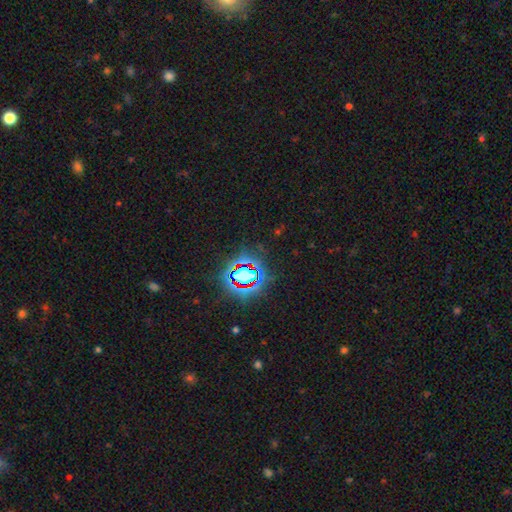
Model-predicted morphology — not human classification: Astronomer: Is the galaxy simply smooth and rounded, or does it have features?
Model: star or artifact — 82%.